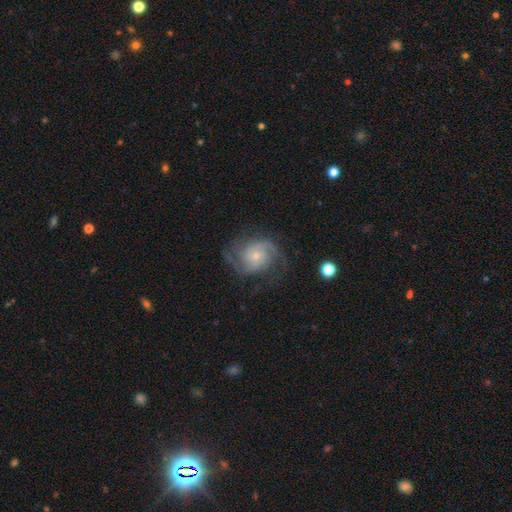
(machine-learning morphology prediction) This appears to be a featured or disk galaxy (81%) with no bar (73%), 2 (60%) medium (46%) spiral arms (95%) and a small central bulge (68%). Merging: none (65%).